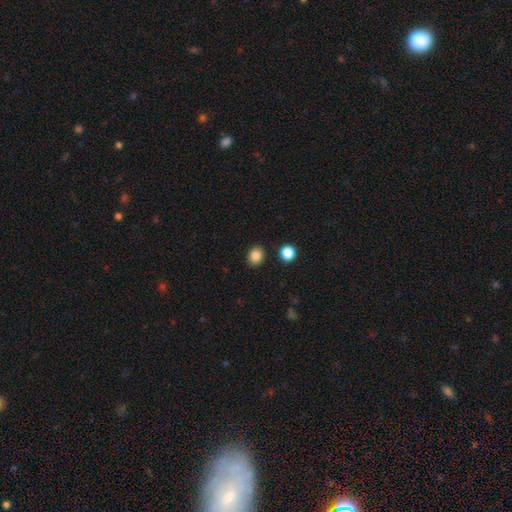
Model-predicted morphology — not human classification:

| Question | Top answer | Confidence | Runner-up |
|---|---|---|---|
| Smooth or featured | smooth | 85% | star or artifact (10%) |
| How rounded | round | 59% | in between (40%) |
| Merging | none | 88% | minor disturbance (7%) |